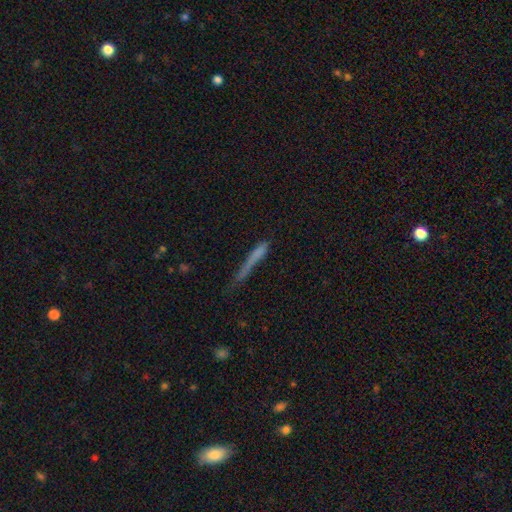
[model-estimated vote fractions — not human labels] Smooth or featured: smooth — 65% (featured or disk — 24%)
How rounded: cigar-shaped — 92% (in between — 5%)
Merging: none — 50% (minor disturbance — 25%)